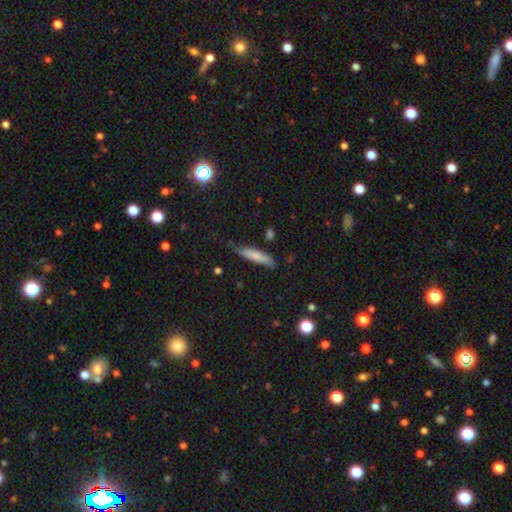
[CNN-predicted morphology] Q: Smooth or featured?
A: smooth (75%); runner-up: featured or disk (19%)
Q: How rounded?
A: cigar-shaped (75%); runner-up: in between (23%)
Q: Merging?
A: none (57%); runner-up: minor disturbance (32%)